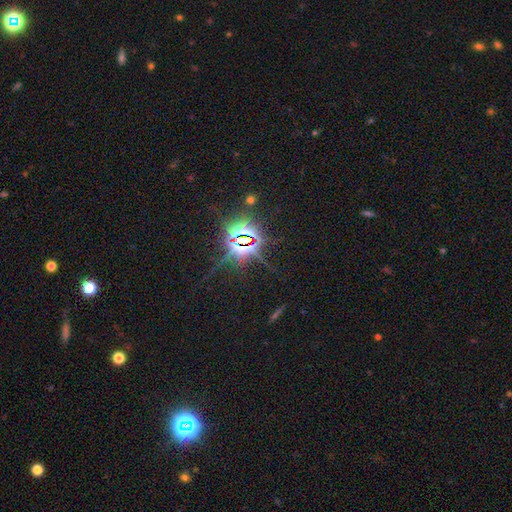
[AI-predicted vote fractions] smooth_or_featured: star or artifact (p=0.85) [alt: smooth p=0.09]